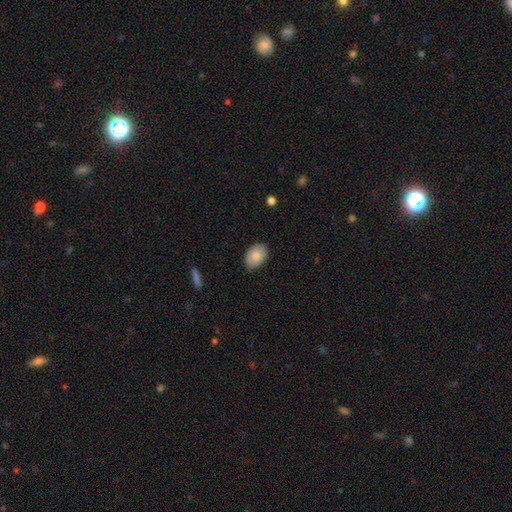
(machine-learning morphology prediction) This appears to be a smooth galaxy with no disk features (85%) that is in between round and cigar-shaped (86%). Merging: none (83%).